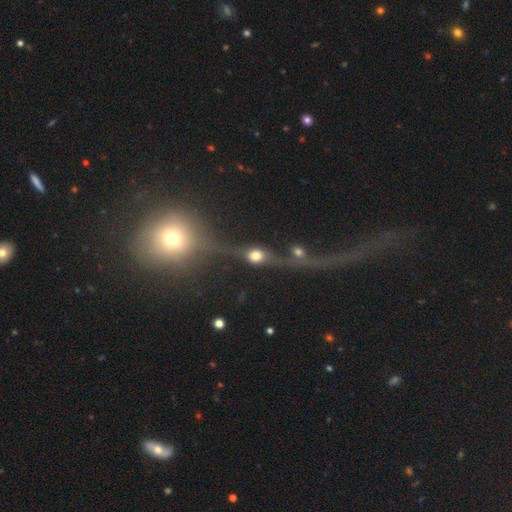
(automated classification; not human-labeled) This appears to be a smooth galaxy with no disk features (42%, tied with featured or disk). Merging: none (36%, tied with merger).